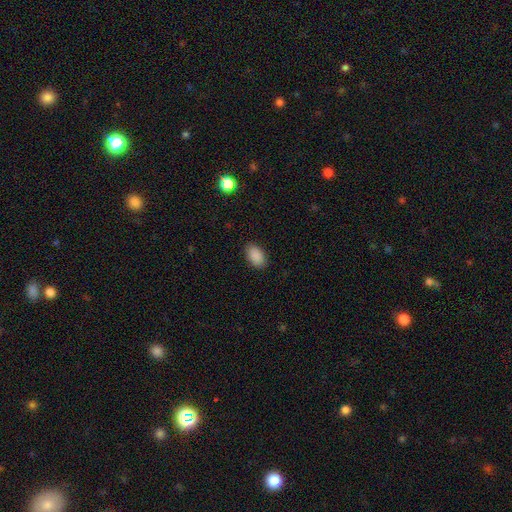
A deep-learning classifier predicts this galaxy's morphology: smooth 90%, star or artifact 7%, featured or disk 3%. Down the decision tree: how rounded — in between (92%); merging — none (88%).